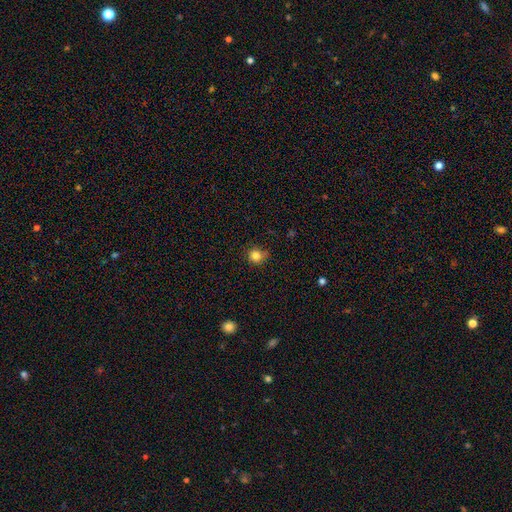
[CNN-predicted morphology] Overall: smooth (83%). How rounded: round (90%). Merging: none (78%).